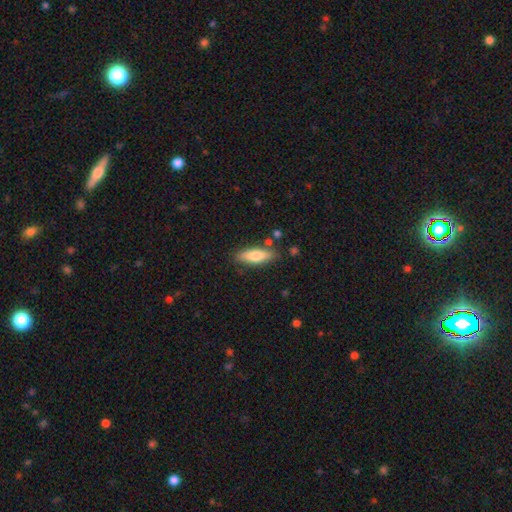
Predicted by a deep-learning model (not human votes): The model was most divided on "how rounded": in between: 54%, cigar-shaped: 44%, round: 2%. More confident: merging — none (82%); smooth or featured — smooth (72%).